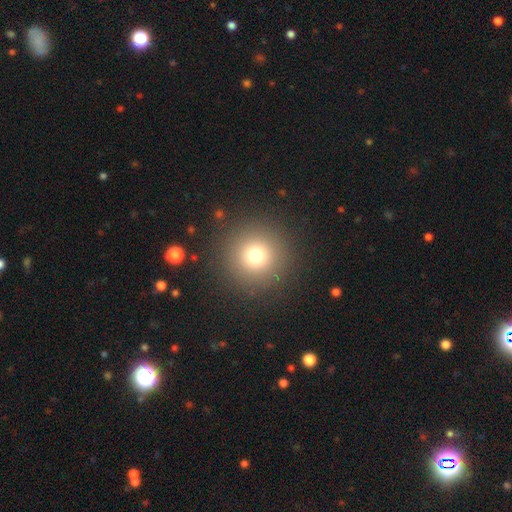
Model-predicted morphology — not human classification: This is likely a smooth galaxy (74%). How rounded: clearly round (96%). Merging: clearly none (90%).